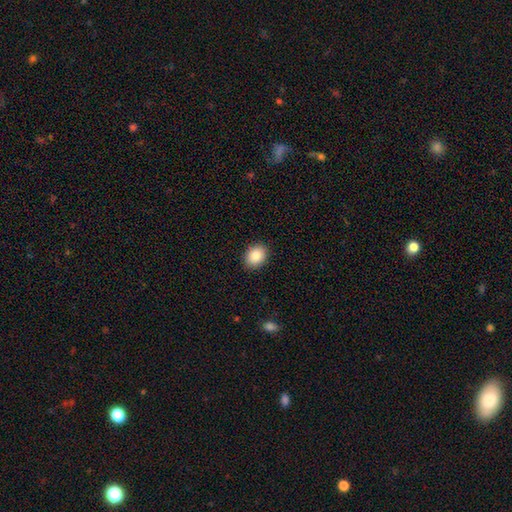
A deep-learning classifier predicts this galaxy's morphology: This is clearly a smooth galaxy (87%). How rounded: likely in between (62%). Merging: clearly none (90%).